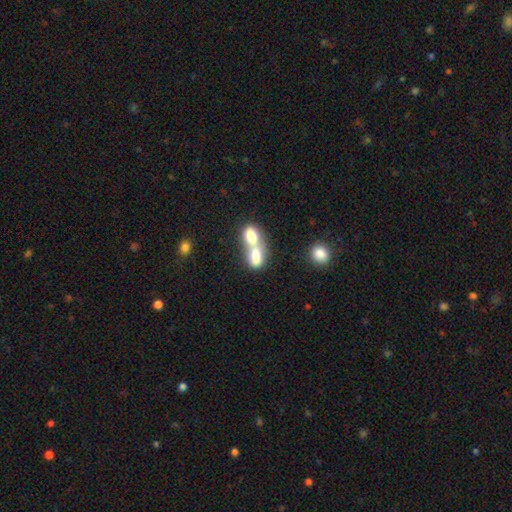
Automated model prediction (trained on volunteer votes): The model was most divided on "how rounded": in between: 75%, round: 21%, cigar-shaped: 4%. More confident: merging — merger (78%); smooth or featured — smooth (76%).